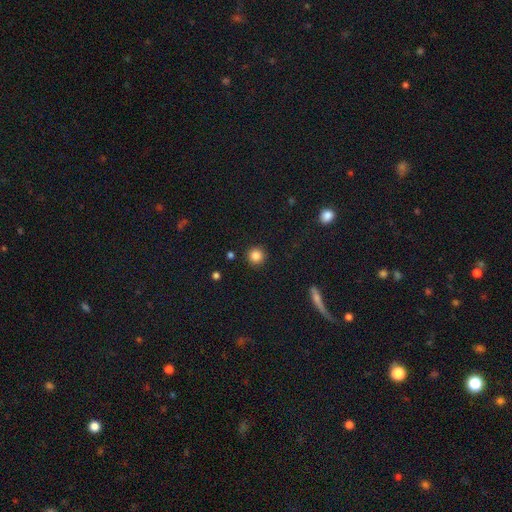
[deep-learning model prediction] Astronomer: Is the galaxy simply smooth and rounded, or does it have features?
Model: smooth — 85%.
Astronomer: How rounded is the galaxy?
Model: round — 95%.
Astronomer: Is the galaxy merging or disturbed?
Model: none — 91%.